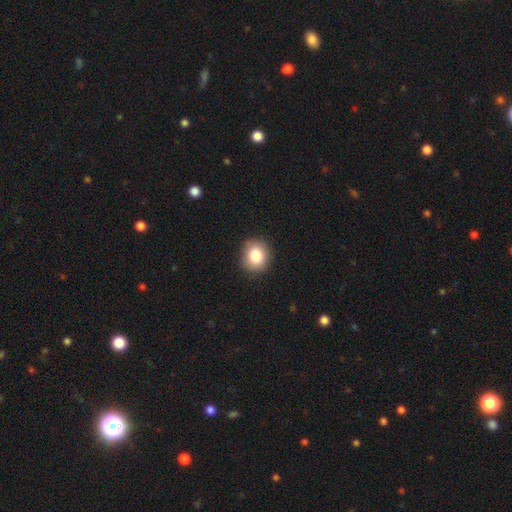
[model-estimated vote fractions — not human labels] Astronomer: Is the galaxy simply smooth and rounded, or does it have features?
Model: smooth — 85%.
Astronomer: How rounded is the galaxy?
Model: round — 74%.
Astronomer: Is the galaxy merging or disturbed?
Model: none — 88%.